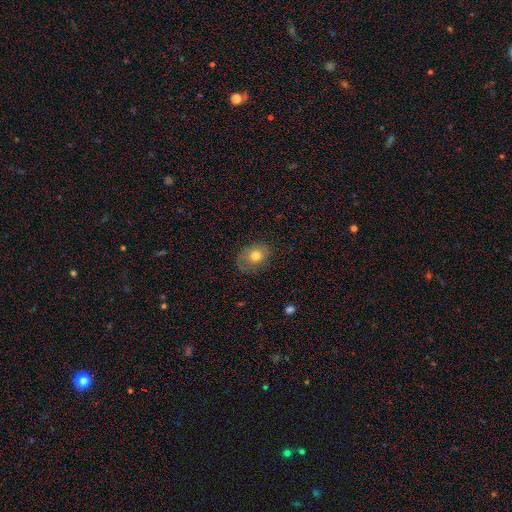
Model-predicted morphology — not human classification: Smooth or featured: smooth — 72% (featured or disk — 18%)
How rounded: in between — 60% (round — 39%)
Merging: none — 73% (minor disturbance — 19%)